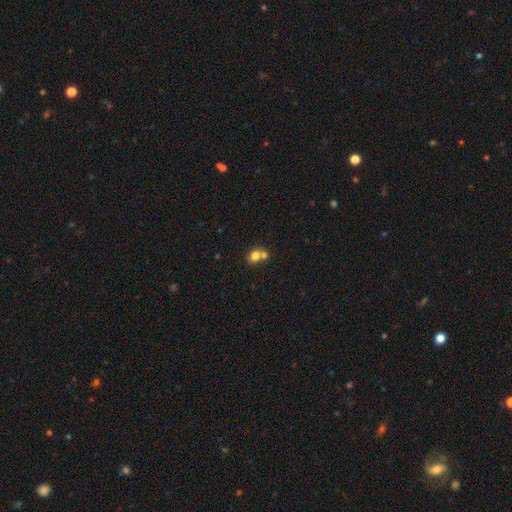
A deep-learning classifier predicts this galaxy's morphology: A smooth galaxy with no disk features (76%) that is round (65%). Merging: merger (54%).